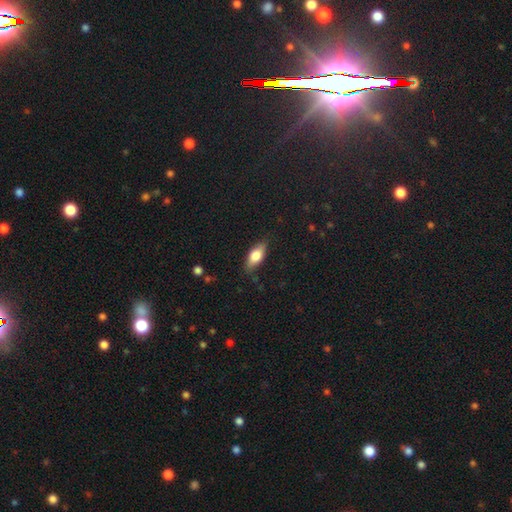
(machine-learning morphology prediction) smooth_or_featured: smooth (p=0.73) [alt: featured or disk p=0.20]
how_rounded: in between (p=0.81) [alt: cigar-shaped p=0.15]
merging: none (p=0.80) [alt: minor disturbance p=0.16]